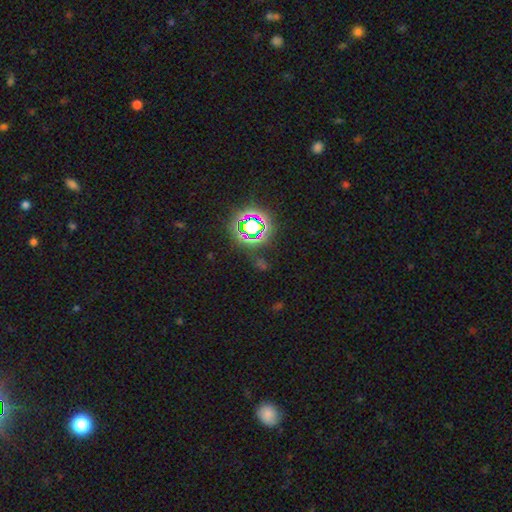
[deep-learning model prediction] This appears to be a star or artifact, not a galaxy (76%).